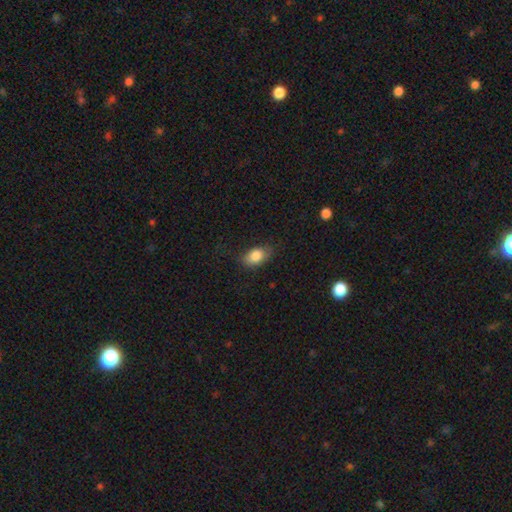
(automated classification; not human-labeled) A smooth galaxy with no disk features (84%) that is in between round and cigar-shaped (85%).

Vote fractions:
- Smooth or featured? smooth: 84% / featured or disk: 9% / star or artifact: 8%
- How rounded? in between: 85% / round: 13% / cigar-shaped: 2%
- Merging? none: 74% / minor disturbance: 20% / major disturbance: 5% / merger: 1%